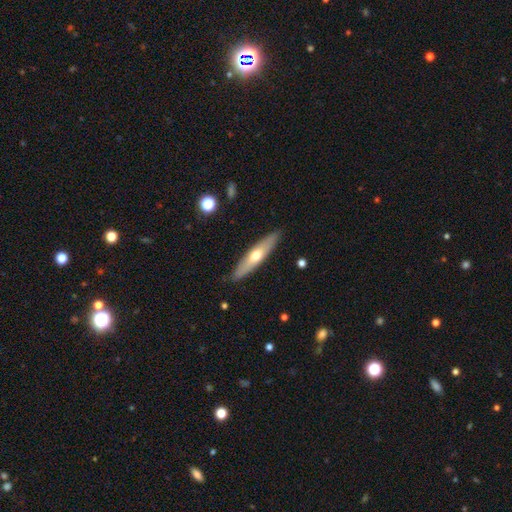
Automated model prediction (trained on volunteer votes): Overall: featured or disk (48%; smooth 47%). Merging: none (89%).